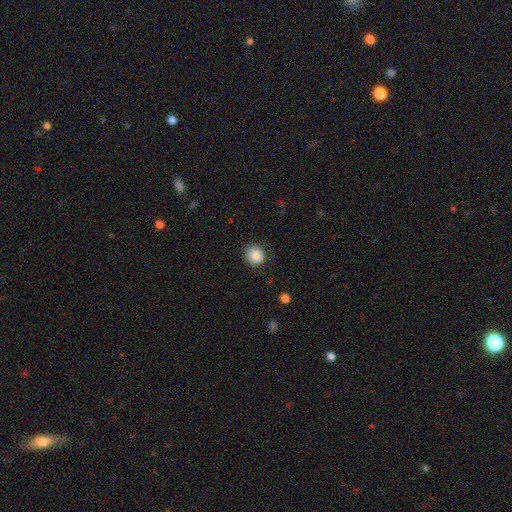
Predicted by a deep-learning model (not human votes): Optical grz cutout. It shows a smooth galaxy with no disk features (87%) that is round (85%). Merging: none (85%).